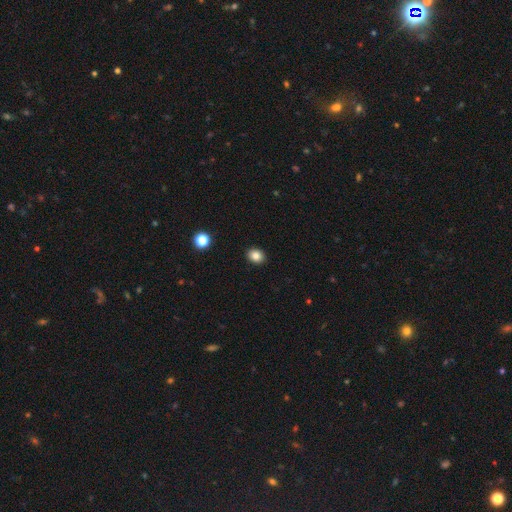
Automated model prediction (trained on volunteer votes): Smooth or featured? smooth (84%)
How rounded? in between (50%)
Merging? none (91%)